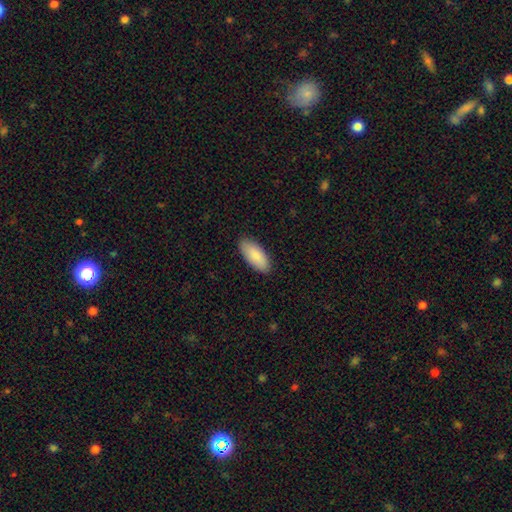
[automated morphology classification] Smooth or featured? smooth (89%)
How rounded? in between (88%)
Merging? none (88%)